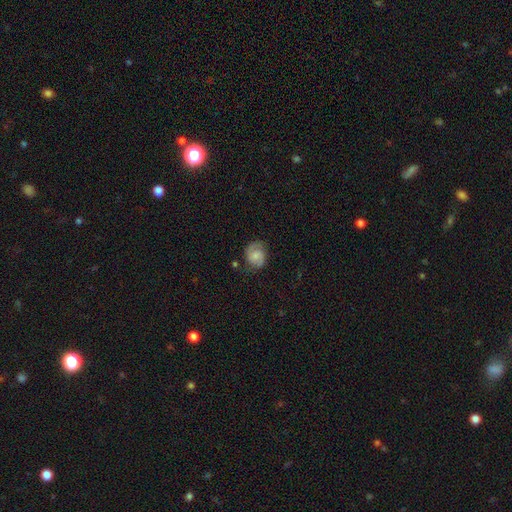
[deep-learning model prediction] Q: Smooth or featured?
A: featured or disk (56%); runner-up: smooth (35%)
Q: Edge-on disk?
A: no (98%); runner-up: yes (2%)
Q: Bar?
A: no (65%); runner-up: weak (30%)
Q: Spiral arms?
A: yes (91%); runner-up: no (9%)
Q: Spiral winding?
A: medium (45%); runner-up: tight (36%)
Q: Spiral arm count?
A: 2 (78%); runner-up: can't tell (9%)
Q: Bulge size?
A: small (45%); runner-up: moderate (36%)
Q: Merging?
A: none (66%); runner-up: minor disturbance (23%)